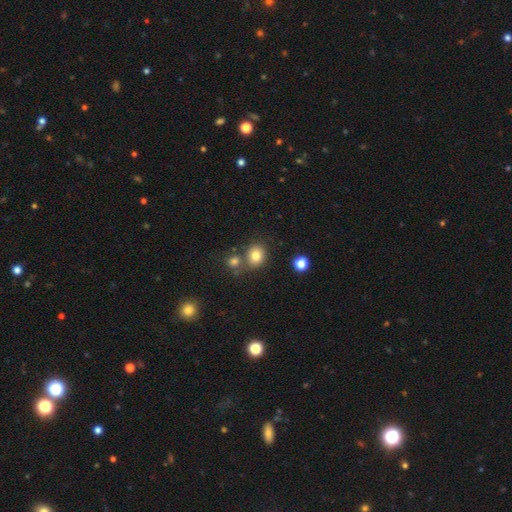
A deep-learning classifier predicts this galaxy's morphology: Smooth or featured? smooth (80%)
How rounded? round (64%)
Merging? none (66%)